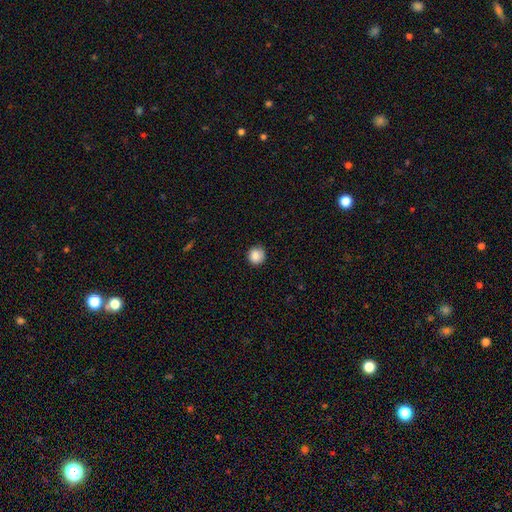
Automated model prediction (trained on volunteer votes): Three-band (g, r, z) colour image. It shows a smooth galaxy with no disk features (86%) that is round (91%). Merging: none (82%).